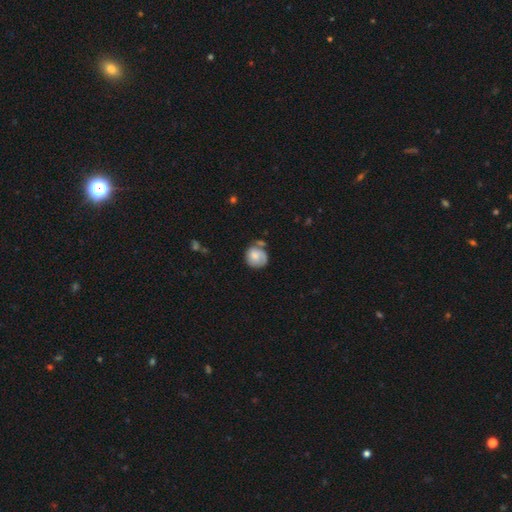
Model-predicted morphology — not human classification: Smooth or featured? smooth (62%)
How rounded? round (84%)
Merging? none (55%)